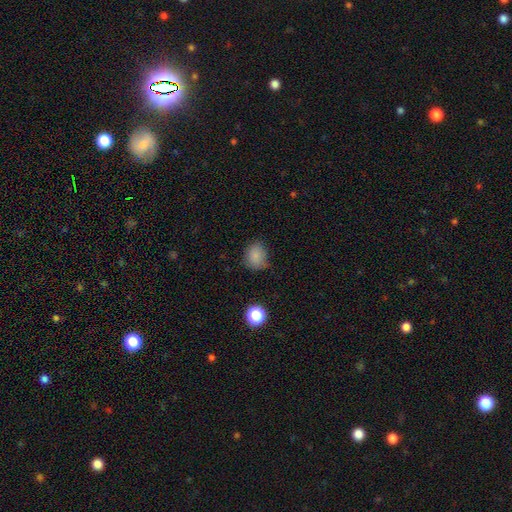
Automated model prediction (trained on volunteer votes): A smooth galaxy with no disk features (81%) that is round (62%). Merging: none (71%).